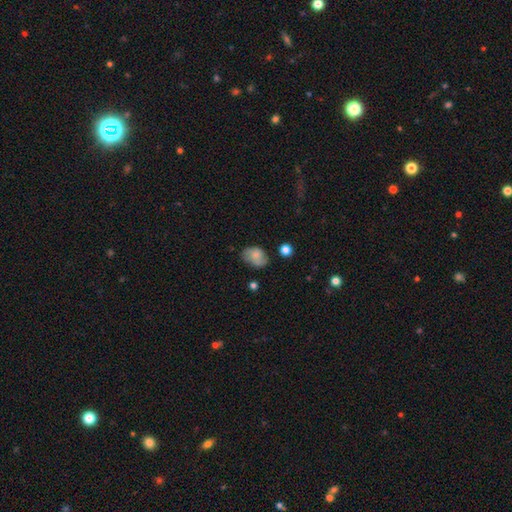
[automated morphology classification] This is likely a smooth galaxy (63%). How rounded: likely in between (73%). Merging: likely none (61%).